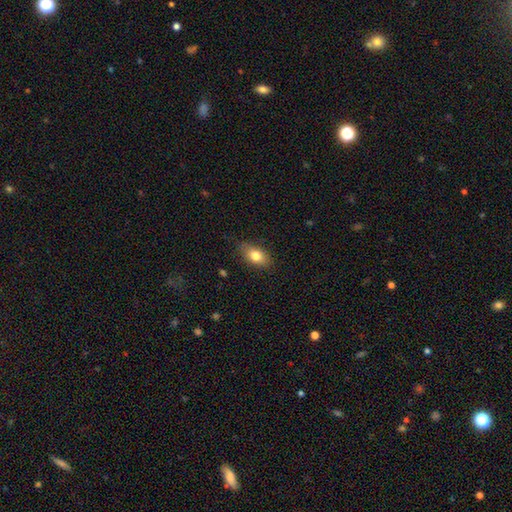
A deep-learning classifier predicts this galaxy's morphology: smooth_or_featured: smooth (p=0.78) [alt: featured or disk p=0.14]
how_rounded: in between (p=0.86) [alt: round p=0.07]
merging: none (p=0.81) [alt: minor disturbance p=0.15]